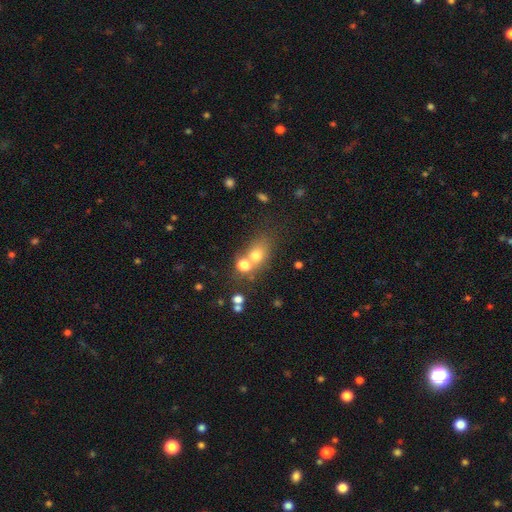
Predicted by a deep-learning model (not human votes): Smooth or featured: smooth — 68% (star or artifact — 17%)
How rounded: round — 53% (in between — 45%)
Merging: none — 47% (merger — 35%)